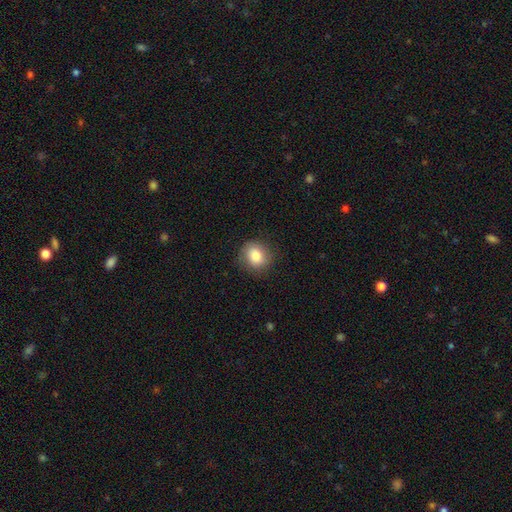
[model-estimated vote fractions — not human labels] Morphology: type=smooth (83%); roundness=round (75%); merging=none (85%).